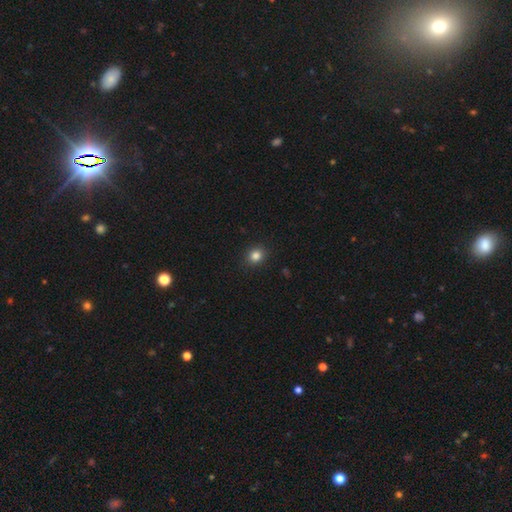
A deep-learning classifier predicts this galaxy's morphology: A smooth galaxy with no disk features (84%) that is round (74%).

Vote fractions:
- Smooth or featured? smooth: 84% / star or artifact: 12% / featured or disk: 4%
- How rounded? round: 74% / in between: 25% / cigar-shaped: 1%
- Merging? none: 90% / minor disturbance: 7% / major disturbance: 2% / merger: 1%